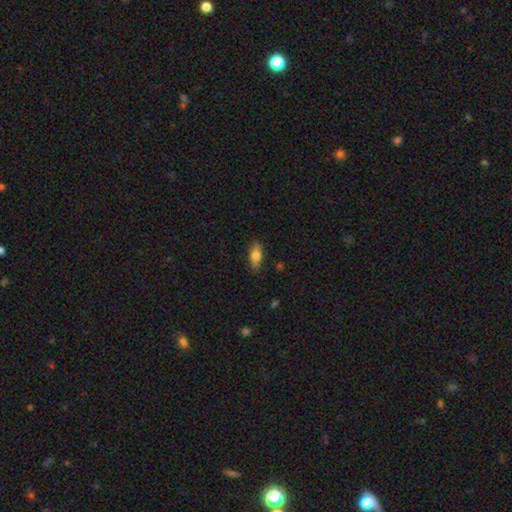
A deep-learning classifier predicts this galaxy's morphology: type=smooth (73%); roundness=in between (78%); merging=none (83%).